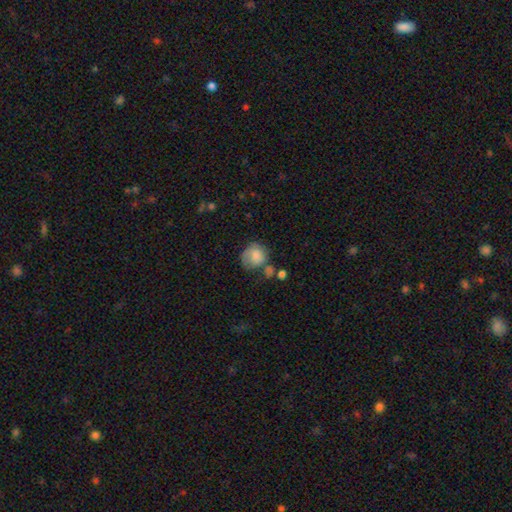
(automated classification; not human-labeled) This appears to be a smooth galaxy with no disk features (71%) that is round (76%). Merging: none (43%).